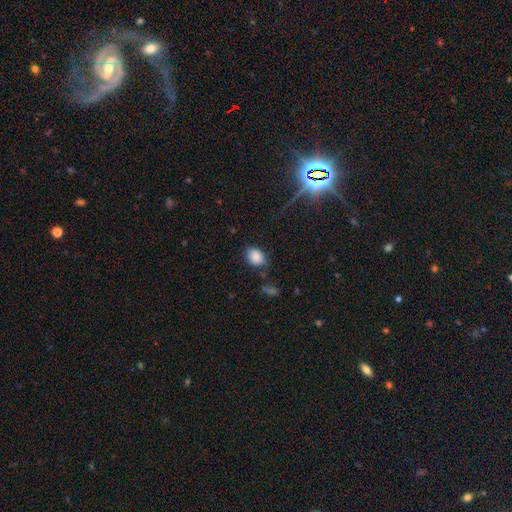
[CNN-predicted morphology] type=smooth (85%); roundness=in between (67%); merging=none (69%).